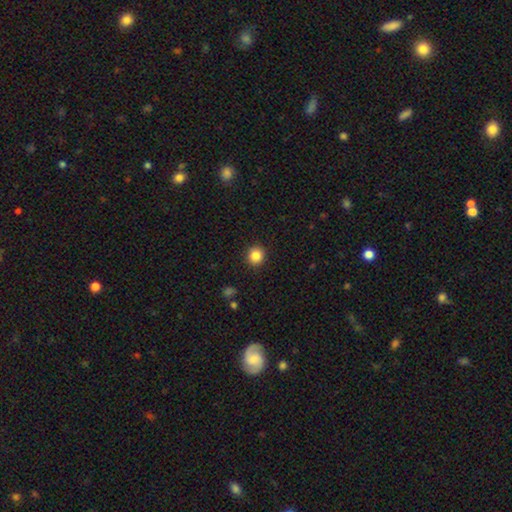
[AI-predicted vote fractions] Smooth or featured?
  - smooth: 85% *
  - star or artifact: 11%
  - featured or disk: 5%
How rounded?
  - round: 90% *
  - in between: 9%
  - cigar-shaped: 1%
Merging?
  - none: 92% *
  - minor disturbance: 6%
  - major disturbance: 2%
  - merger: 1%